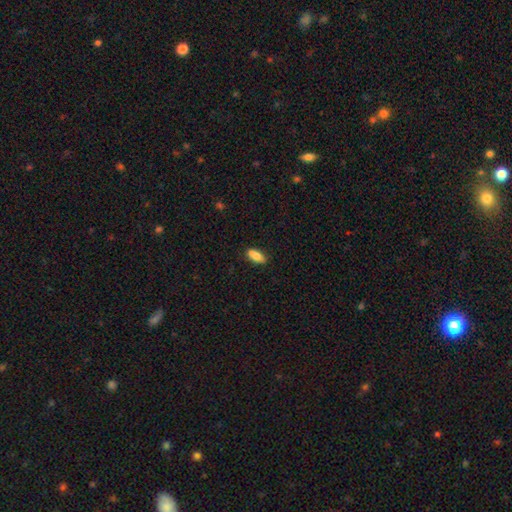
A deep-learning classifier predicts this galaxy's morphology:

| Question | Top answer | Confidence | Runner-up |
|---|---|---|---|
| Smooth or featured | smooth | 83% | featured or disk (10%) |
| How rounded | in between | 80% | cigar-shaped (17%) |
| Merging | none | 79% | minor disturbance (15%) |